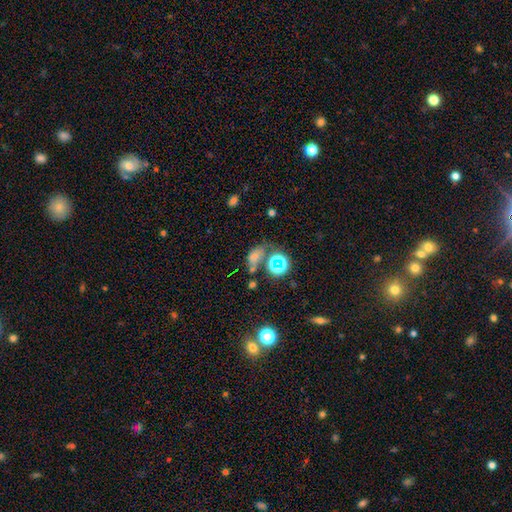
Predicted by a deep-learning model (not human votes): Smooth or featured?
  - smooth: 43% *
  - star or artifact: 37%
  - featured or disk: 20%
Merging?
  - none: 46% *
  - merger: 22%
  - minor disturbance: 17%
  - major disturbance: 15%